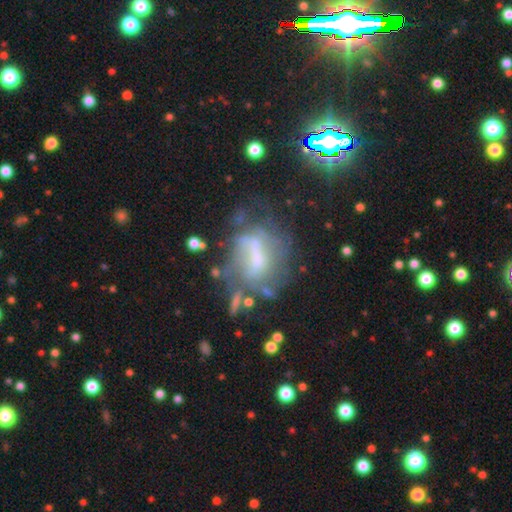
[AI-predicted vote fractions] Smooth or featured? featured or disk (54%)
Edge-on disk? no (92%)
Merging? none (36%)